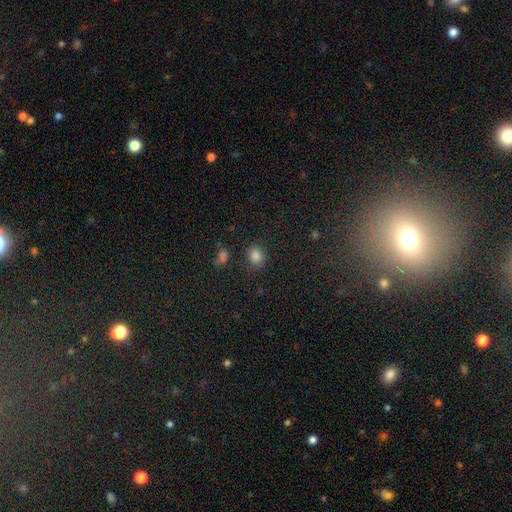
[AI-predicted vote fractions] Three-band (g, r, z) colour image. It shows a smooth galaxy with no disk features (83%) that is round (65%). Merging: none (83%).